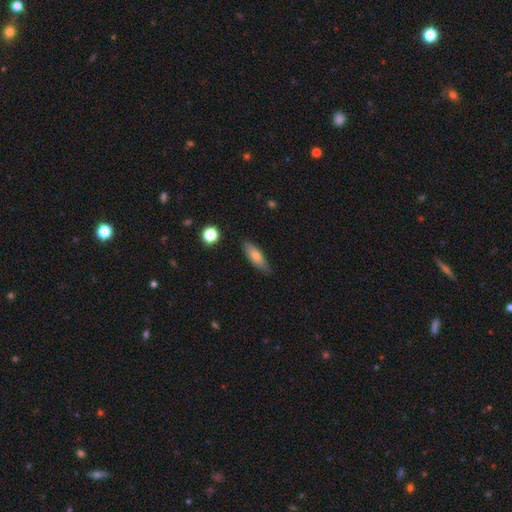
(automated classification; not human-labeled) Smooth or featured? smooth (69%)
How rounded? in between (53%)
Merging? none (83%)